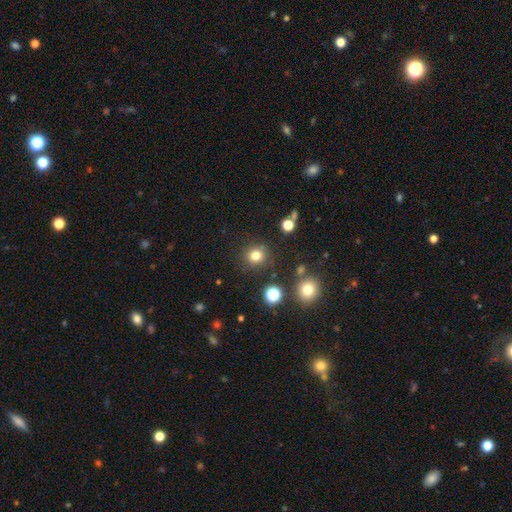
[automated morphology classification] Smooth or featured? smooth (77%)
How rounded? round (90%)
Merging? none (85%)